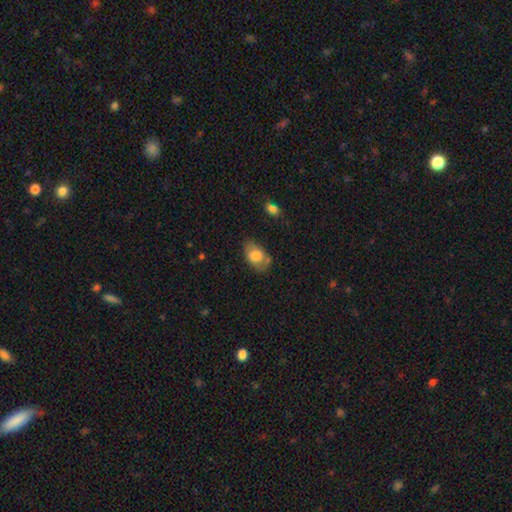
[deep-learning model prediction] A smooth galaxy with no disk features (73%) that is in between round and cigar-shaped (87%).

Vote fractions:
- Smooth or featured? smooth: 73% / featured or disk: 19% / star or artifact: 8%
- How rounded? in between: 87% / round: 11% / cigar-shaped: 1%
- Merging? none: 53% / minor disturbance: 29% / major disturbance: 10% / merger: 7%